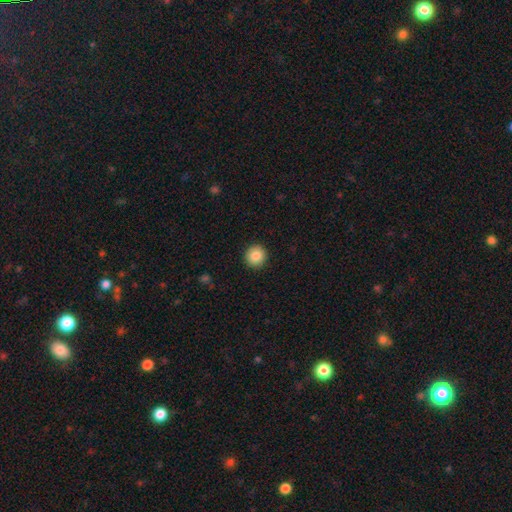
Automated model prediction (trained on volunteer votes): A smooth galaxy with no disk features (86%) that is round (94%). Merging: none (92%).